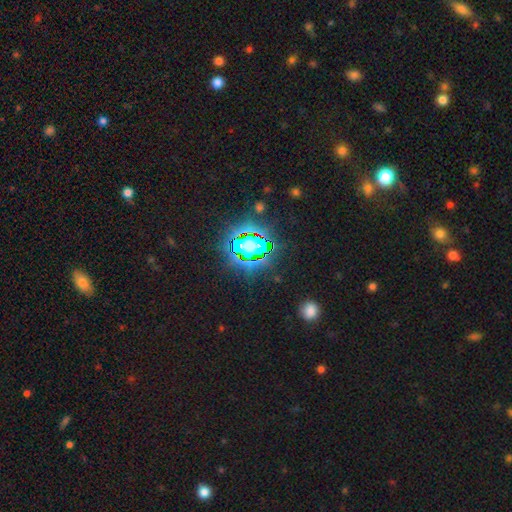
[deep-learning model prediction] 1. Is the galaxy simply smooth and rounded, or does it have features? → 77% star or artifact, 13% smooth, 10% featured or disk.